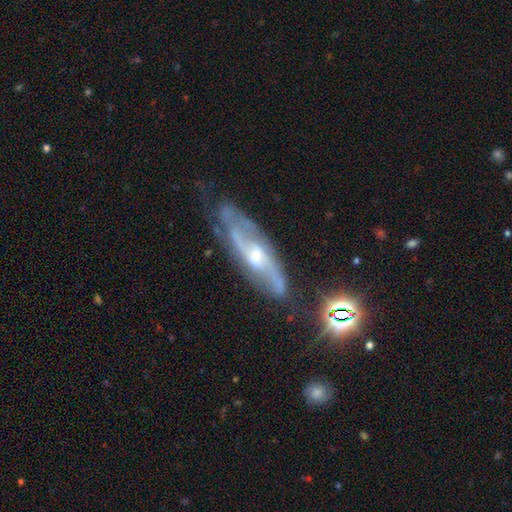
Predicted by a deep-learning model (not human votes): This appears to be a featured or disk galaxy (83%) with no bar (46%), 2 (68%) medium (46%) spiral arms (93%) and a moderate central bulge (51%). Merging: none (68%).